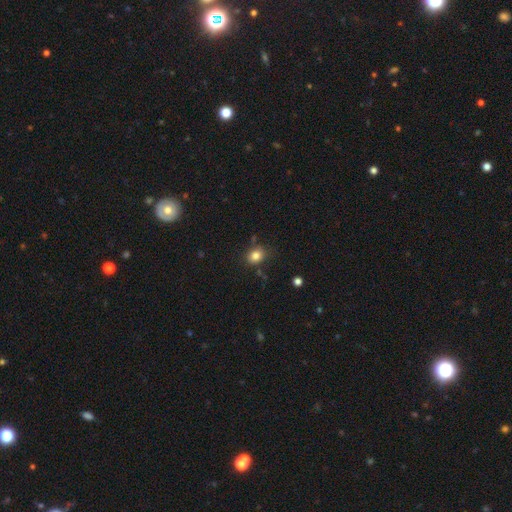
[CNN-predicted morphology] Smooth or featured?
  - smooth: 82% *
  - star or artifact: 12%
  - featured or disk: 7%
How rounded?
  - round: 58% *
  - in between: 41%
  - cigar-shaped: 1%
Merging?
  - none: 78% *
  - minor disturbance: 15%
  - merger: 4%
  - major disturbance: 4%